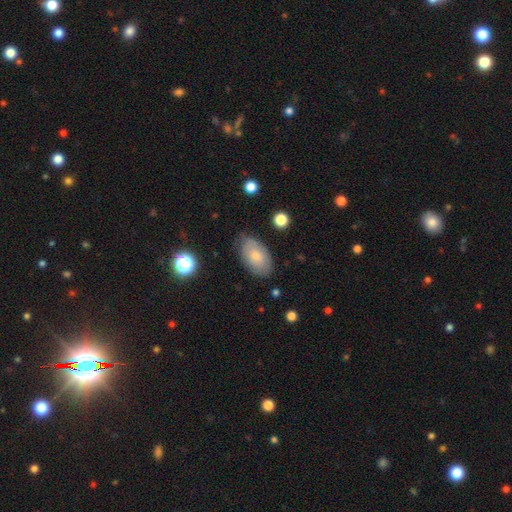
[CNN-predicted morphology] Smooth or featured? Predicted: smooth (p=0.70). How rounded? Predicted: in between (p=0.93). Merging? Predicted: none (p=0.74).